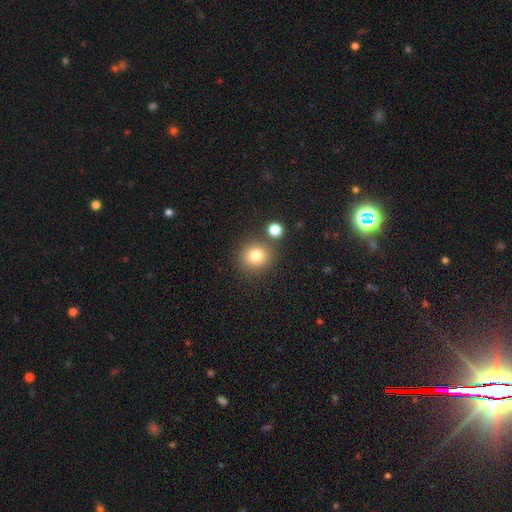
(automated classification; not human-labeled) Smooth or featured? Predicted: smooth (p=0.81). How rounded? Predicted: round (p=0.87). Merging? Predicted: none (p=0.79).